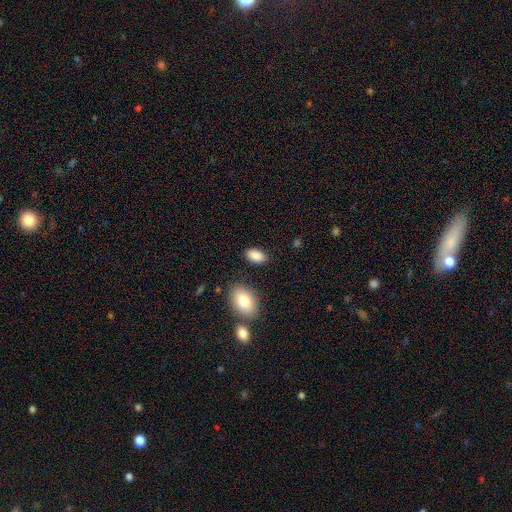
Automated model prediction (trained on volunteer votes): Smooth or featured: smooth — 89% (star or artifact — 7%)
How rounded: in between — 93% (round — 5%)
Merging: none — 84% (minor disturbance — 10%)